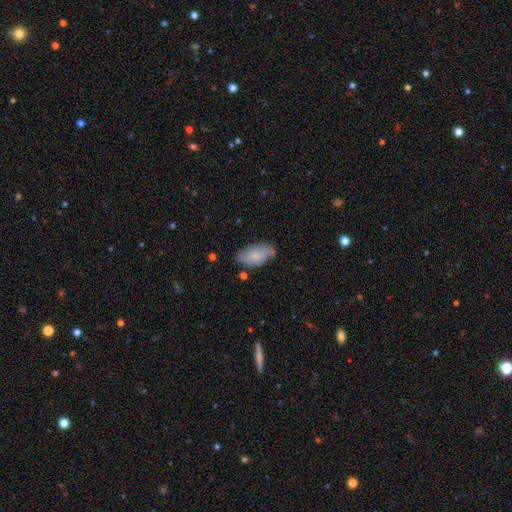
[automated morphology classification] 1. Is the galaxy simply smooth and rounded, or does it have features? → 74% smooth, 20% featured or disk, 6% star or artifact.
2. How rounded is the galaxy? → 93% in between, 4% cigar-shaped, 3% round.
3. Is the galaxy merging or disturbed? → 66% none, 25% minor disturbance, 5% major disturbance, 4% merger.